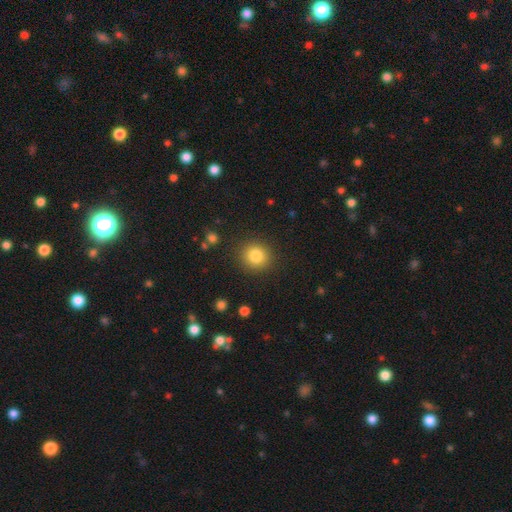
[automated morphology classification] A smooth galaxy with no disk features (83%) that is round (90%). Merging: none (89%).